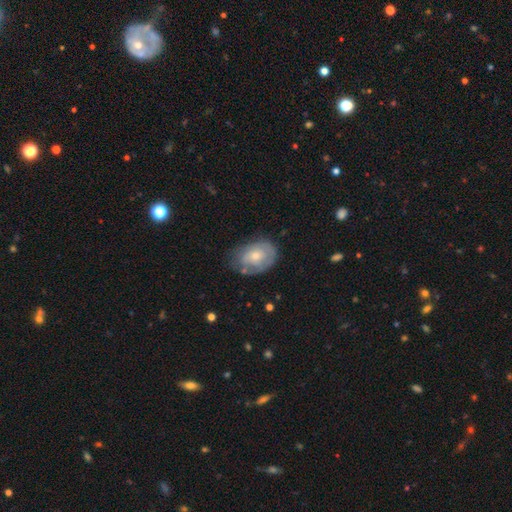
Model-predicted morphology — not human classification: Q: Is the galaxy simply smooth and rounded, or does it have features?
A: smooth — 49%.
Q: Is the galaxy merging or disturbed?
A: none — 57%.